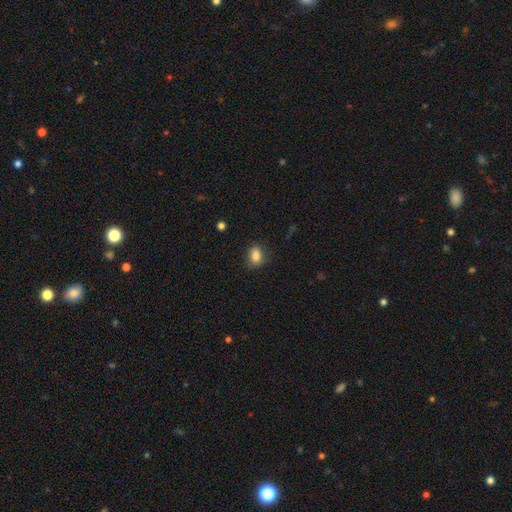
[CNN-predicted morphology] Overall: smooth (86%). How rounded: in between (78%). Merging: none (78%).